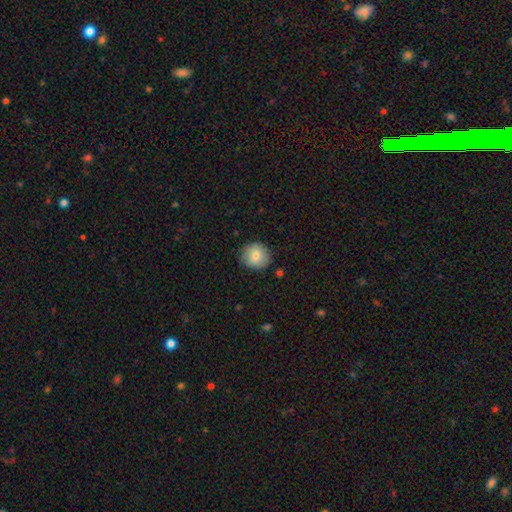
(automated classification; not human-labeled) Q: Smooth or featured?
A: smooth (81%); runner-up: featured or disk (11%)
Q: How rounded?
A: round (88%); runner-up: in between (11%)
Q: Merging?
A: none (86%); runner-up: minor disturbance (11%)